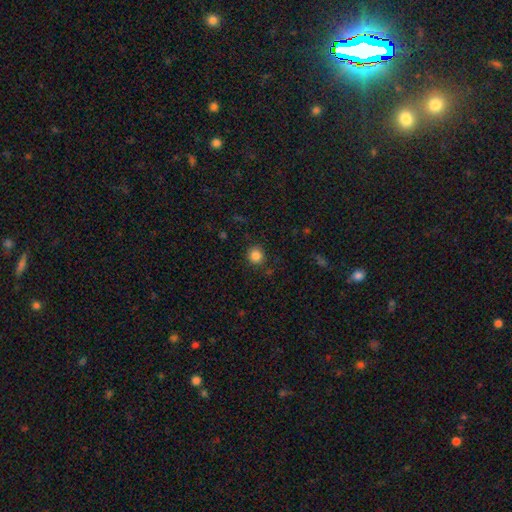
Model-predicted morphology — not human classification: smooth 85%, star or artifact 11%, featured or disk 4%. Down the decision tree: how rounded — round (93%); merging — none (88%).